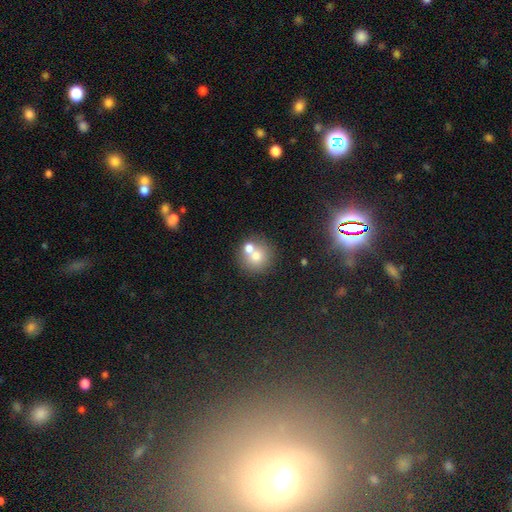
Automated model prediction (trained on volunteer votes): A smooth galaxy with no disk features (69%) that is round (89%). Merging: none (51%).